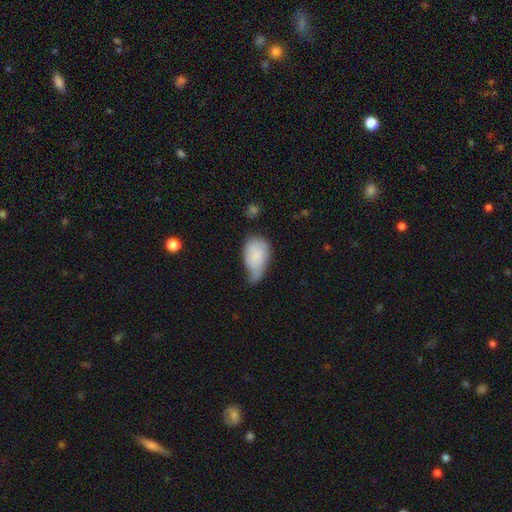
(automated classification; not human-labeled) smooth 78%, featured or disk 15%, star or artifact 7%. Down the decision tree: how rounded — in between (88%); merging — minor disturbance (49%).